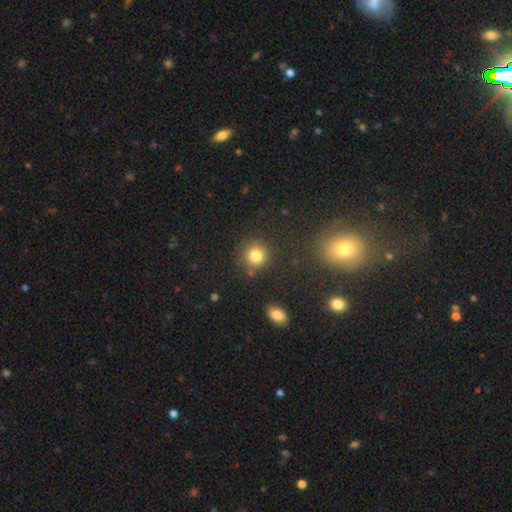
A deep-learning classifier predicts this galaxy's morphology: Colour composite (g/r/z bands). It shows a smooth galaxy with no disk features (82%) that is round (90%). Merging: none (81%).